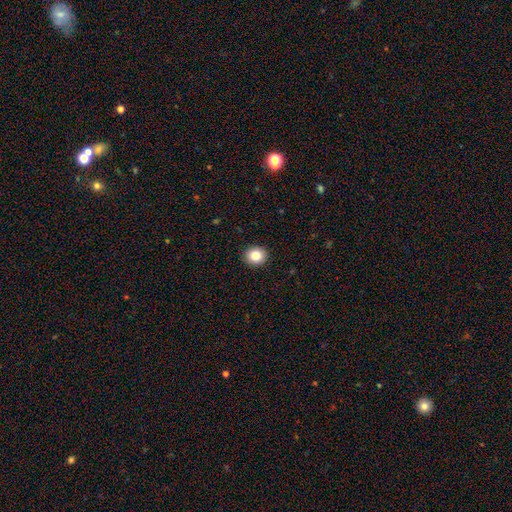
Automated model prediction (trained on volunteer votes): smooth-or-featured: smooth: 84% | star or artifact: 10% | featured or disk: 6%
  how-rounded: round: 74% | in between: 25% | cigar-shaped: 1%
  merging: none: 92% | minor disturbance: 6% | major disturbance: 2% | merger: 1%